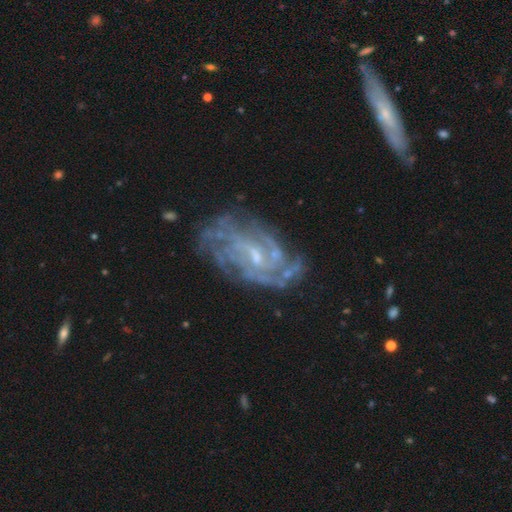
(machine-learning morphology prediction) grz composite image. It shows a featured or disk galaxy (87%) with a weak bar (51%), tight (53%) spiral arms (94%) and a small central bulge (64%). Merging: none (68%).